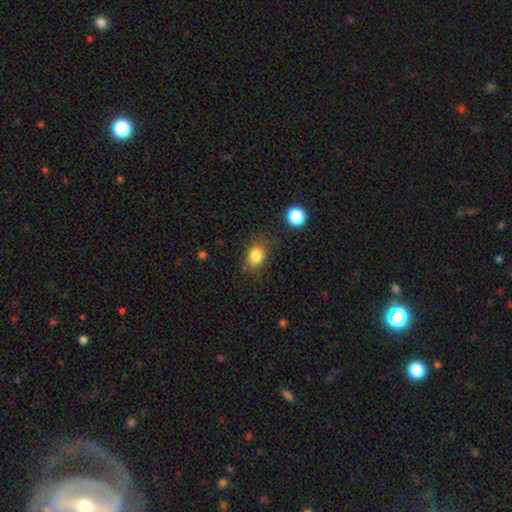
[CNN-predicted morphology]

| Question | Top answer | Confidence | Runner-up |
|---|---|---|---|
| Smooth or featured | smooth | 82% | star or artifact (11%) |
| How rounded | in between | 58% | round (41%) |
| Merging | none | 76% | minor disturbance (17%) |